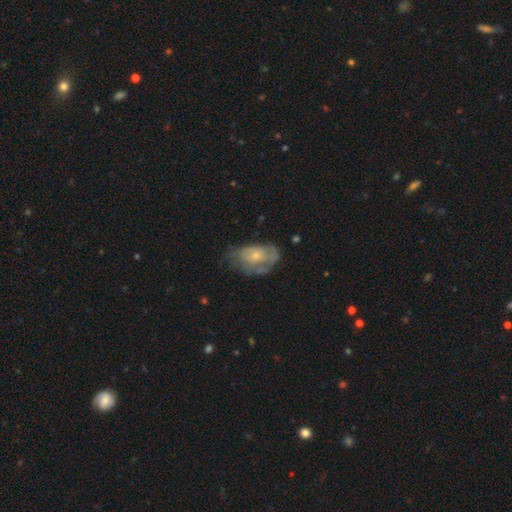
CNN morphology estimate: Smooth or featured?
  - featured or disk: 56% *
  - smooth: 36%
  - star or artifact: 7%
Edge-on disk?
  - no: 95% *
  - yes: 5%
Bar?
  - no: 82% *
  - weak: 15%
  - strong: 2%
Spiral arms?
  - yes: 58% *
  - no: 42%
Bulge size?
  - small: 65% *
  - moderate: 27%
  - none: 5%
  - large: 2%
  - dominant: 1%
Merging?
  - none: 45% *
  - minor disturbance: 31%
  - major disturbance: 22%
  - merger: 2%